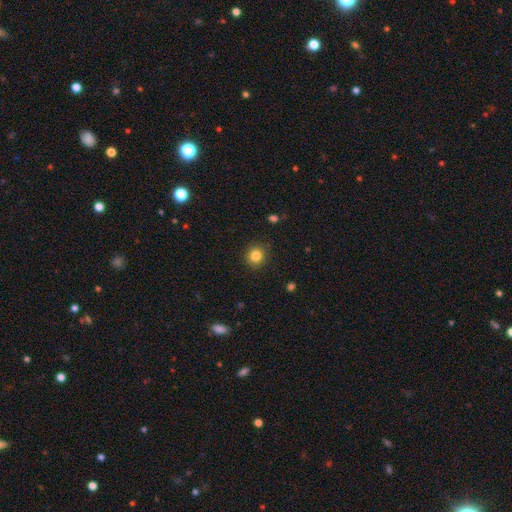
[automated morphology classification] Q: Smooth or featured?
A: smooth (84%); runner-up: star or artifact (11%)
Q: How rounded?
A: round (88%); runner-up: in between (11%)
Q: Merging?
A: none (90%); runner-up: minor disturbance (7%)